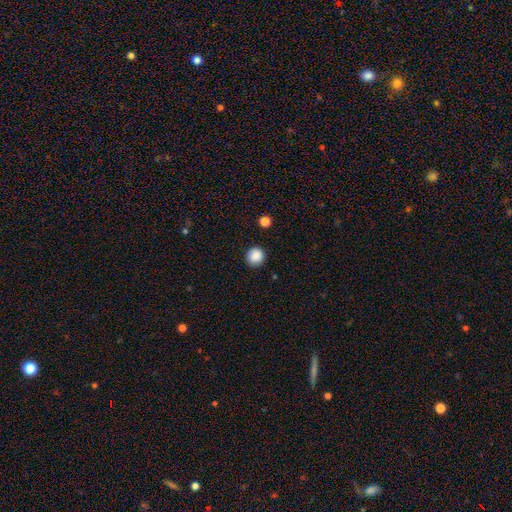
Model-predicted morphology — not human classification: Smooth or featured? Predicted: smooth (p=0.87). How rounded? Predicted: round (p=0.92). Merging? Predicted: none (p=0.90).